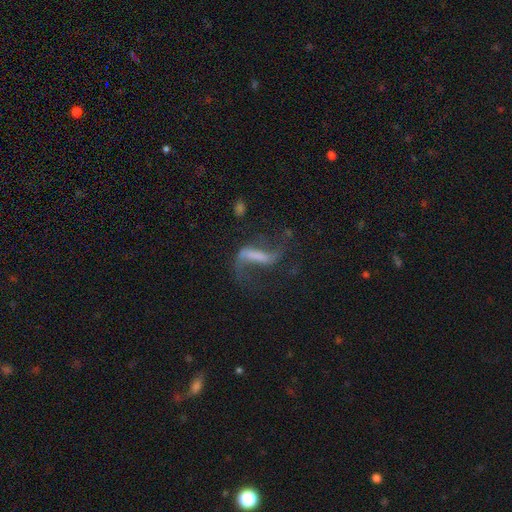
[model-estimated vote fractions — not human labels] Morphology: type=featured or disk (77%); edge-on=no (91%); bar=strong (62%); spiral arms=yes (89%); winding=loose (83%); arm count=2 (86%); bulge=none (57%); merging=none (56%).